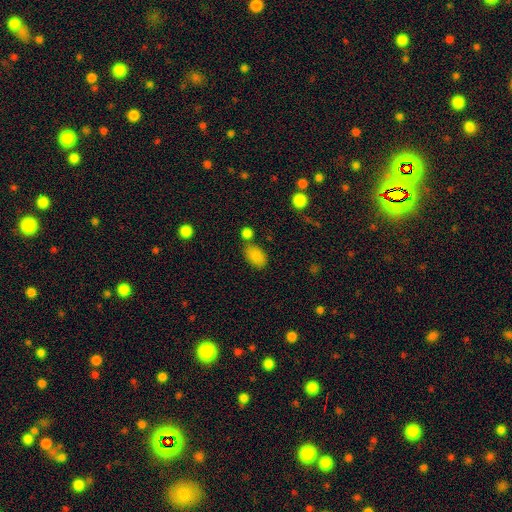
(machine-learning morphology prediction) The model was most divided on "merging": none: 63%, merger: 17%, minor disturbance: 15%, major disturbance: 5%. More confident: how rounded — in between (90%); smooth or featured — smooth (85%).